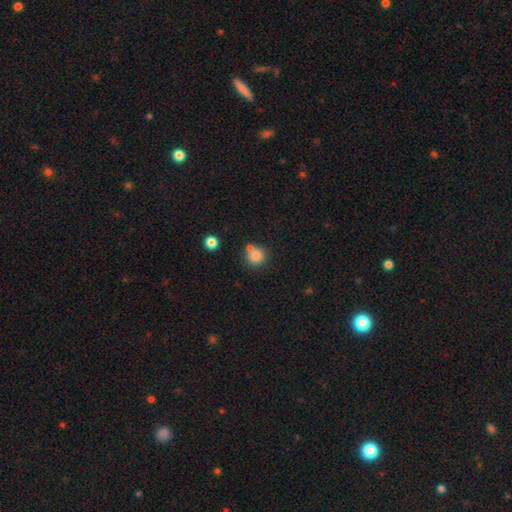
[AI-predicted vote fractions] Morphology: type=smooth (83%); roundness=round (91%); merging=none (66%).